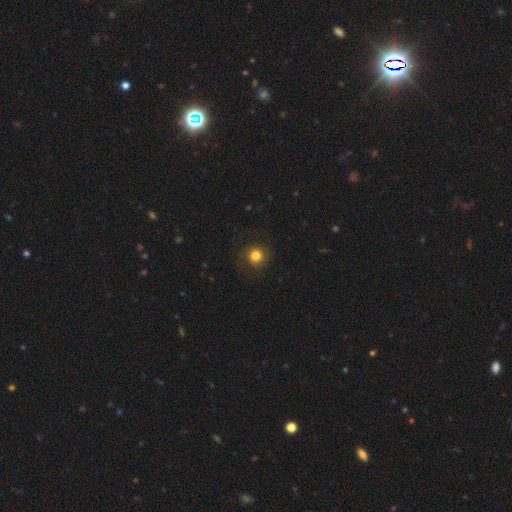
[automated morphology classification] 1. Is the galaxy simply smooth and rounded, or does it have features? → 80% smooth, 11% star or artifact, 8% featured or disk.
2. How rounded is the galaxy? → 92% round, 7% in between, 1% cigar-shaped.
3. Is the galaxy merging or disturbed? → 85% none, 9% minor disturbance, 4% major disturbance, 1% merger.